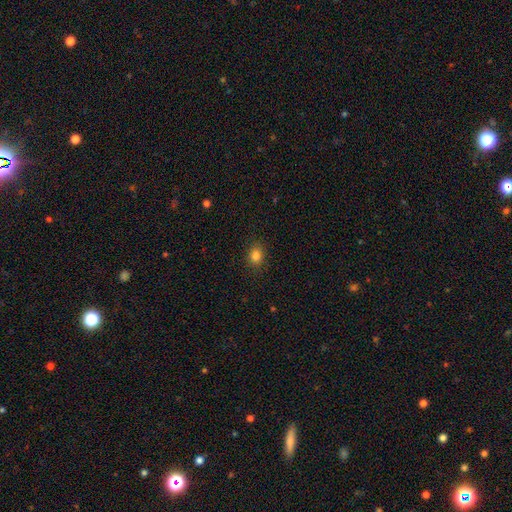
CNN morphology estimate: Smooth or featured: smooth — 83% (star or artifact — 12%)
How rounded: in between — 50% (round — 49%)
Merging: none — 88% (minor disturbance — 8%)